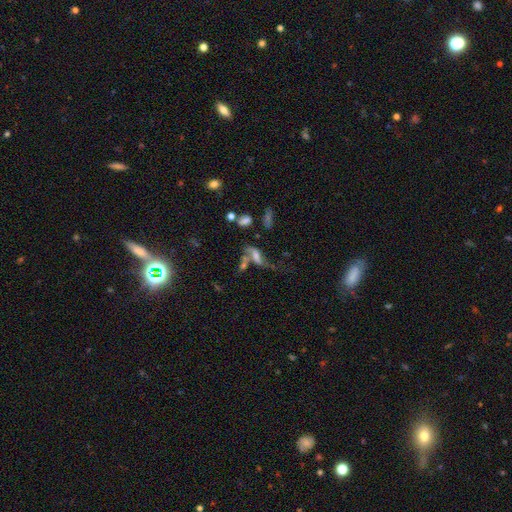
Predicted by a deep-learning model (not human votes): Overall: featured or disk (48%; smooth 36%). Merging: merger (32%; major disturbance 27%).